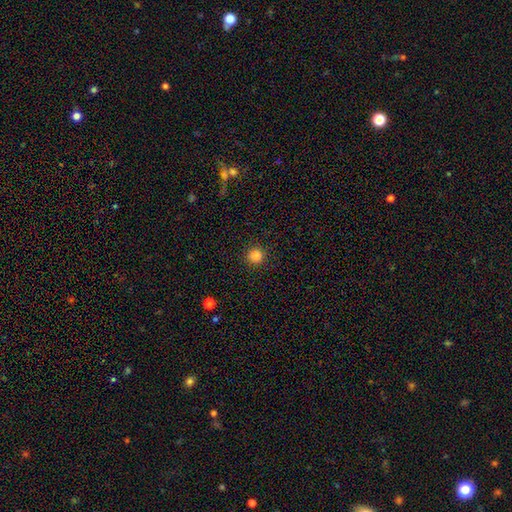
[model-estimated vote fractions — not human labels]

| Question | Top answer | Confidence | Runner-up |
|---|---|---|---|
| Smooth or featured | smooth | 84% | star or artifact (12%) |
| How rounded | round | 93% | in between (6%) |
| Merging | none | 92% | minor disturbance (5%) |